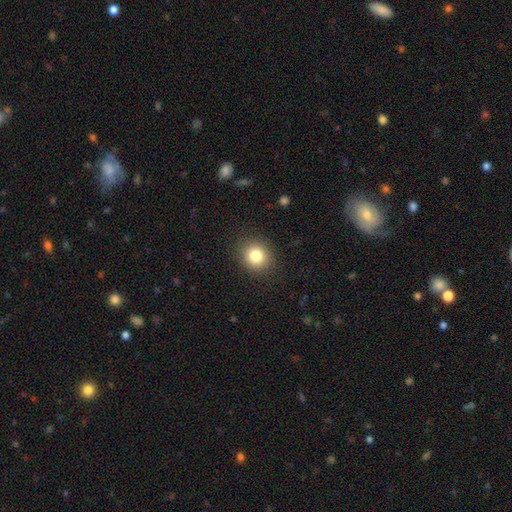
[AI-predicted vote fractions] A smooth galaxy with no disk features (82%) that is round (83%).

Vote fractions:
- Smooth or featured? smooth: 82% / star or artifact: 11% / featured or disk: 7%
- How rounded? round: 83% / in between: 16% / cigar-shaped: 1%
- Merging? none: 89% / minor disturbance: 7% / major disturbance: 3% / merger: 1%